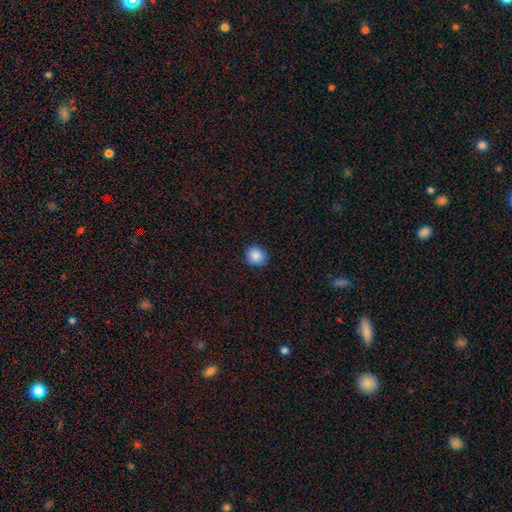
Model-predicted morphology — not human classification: The model was most divided on "how rounded": round: 80%, in between: 19%, cigar-shaped: 1%. More confident: merging — none (89%); smooth or featured — smooth (87%).